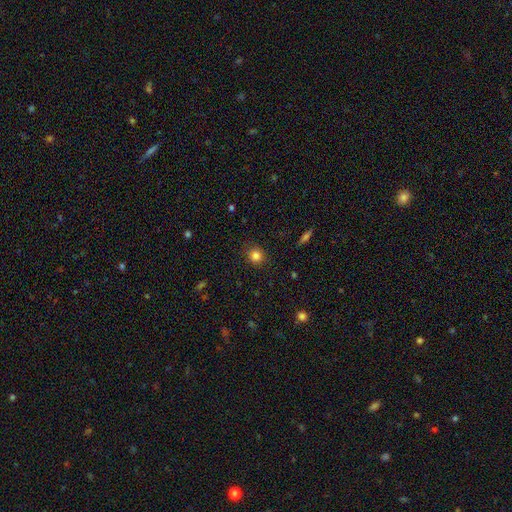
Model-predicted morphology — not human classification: Smooth or featured?
  - smooth: 83% *
  - star or artifact: 12%
  - featured or disk: 5%
How rounded?
  - round: 91% *
  - in between: 8%
  - cigar-shaped: 1%
Merging?
  - none: 89% *
  - minor disturbance: 8%
  - major disturbance: 2%
  - merger: 1%